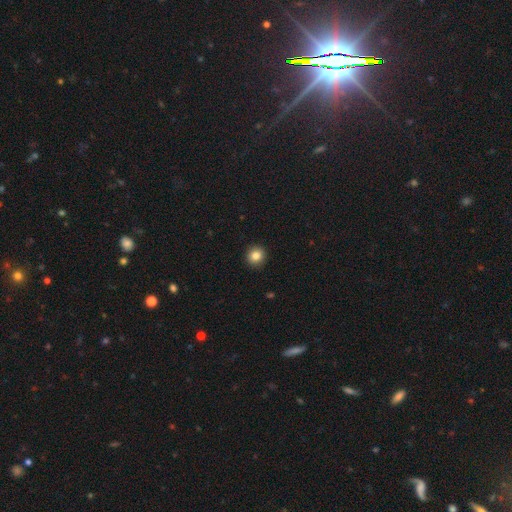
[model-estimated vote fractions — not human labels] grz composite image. It shows a smooth galaxy with no disk features (85%) that is round (92%). Merging: none (93%).